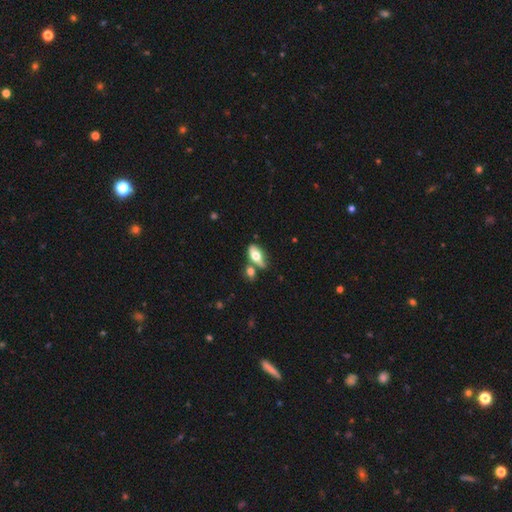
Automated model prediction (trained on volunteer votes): Smooth or featured: smooth — 56% (featured or disk — 37%)
How rounded: in between — 81% (cigar-shaped — 13%)
Merging: none — 47% (merger — 30%)